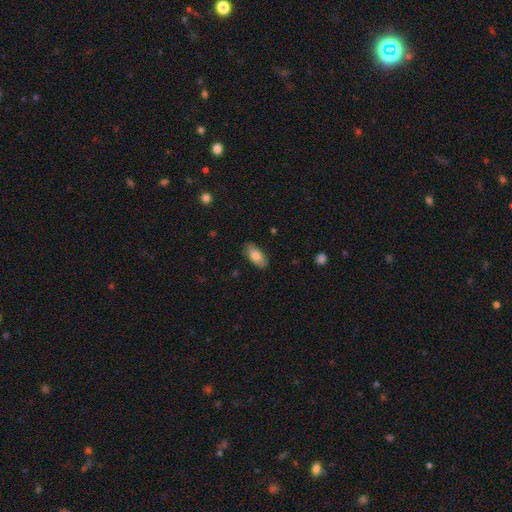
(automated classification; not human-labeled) smooth 78%, featured or disk 16%, star or artifact 6%. Down the decision tree: how rounded — in between (91%); merging — none (82%).